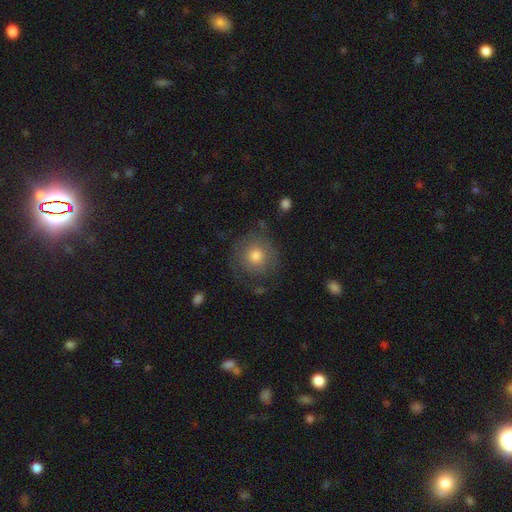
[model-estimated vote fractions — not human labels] Q: Smooth or featured?
A: smooth (67%); runner-up: featured or disk (23%)
Q: How rounded?
A: round (92%); runner-up: in between (7%)
Q: Merging?
A: none (75%); runner-up: minor disturbance (15%)